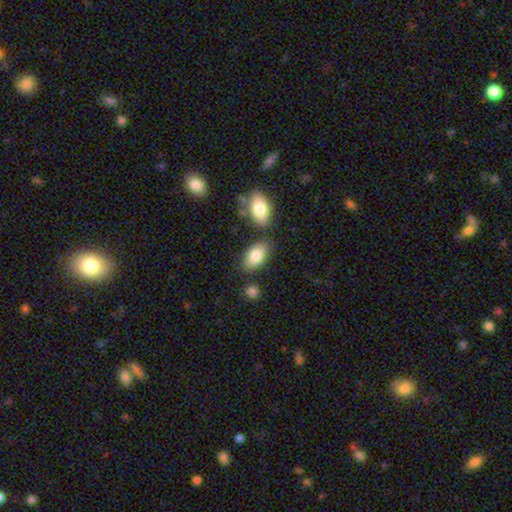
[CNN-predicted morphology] Overall: smooth (84%). How rounded: in between (93%). Merging: none (73%).